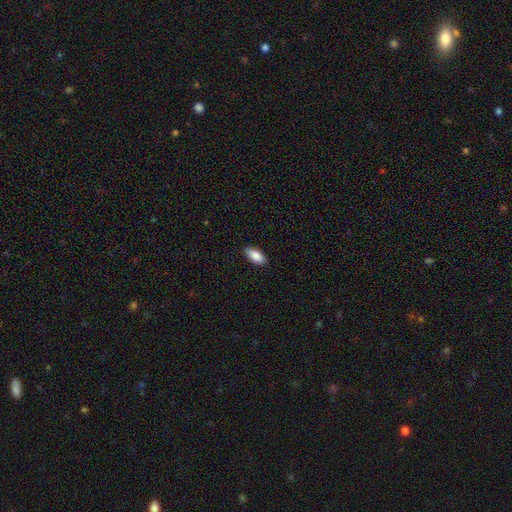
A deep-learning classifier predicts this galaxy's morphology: Overall: smooth (87%). How rounded: in between (90%). Merging: none (88%).